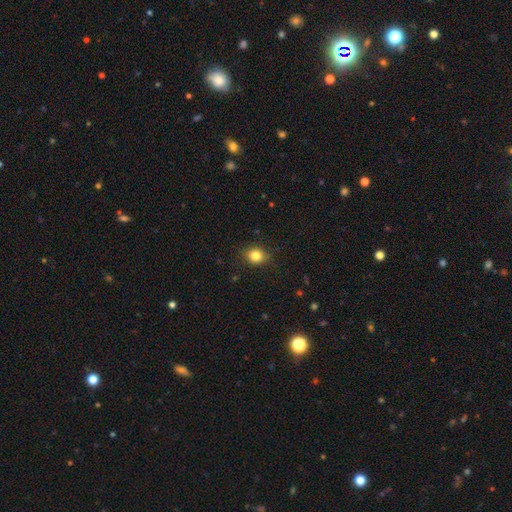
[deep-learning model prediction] smooth 83%, star or artifact 11%, featured or disk 6%. Down the decision tree: how rounded — round (71%); merging — none (86%).